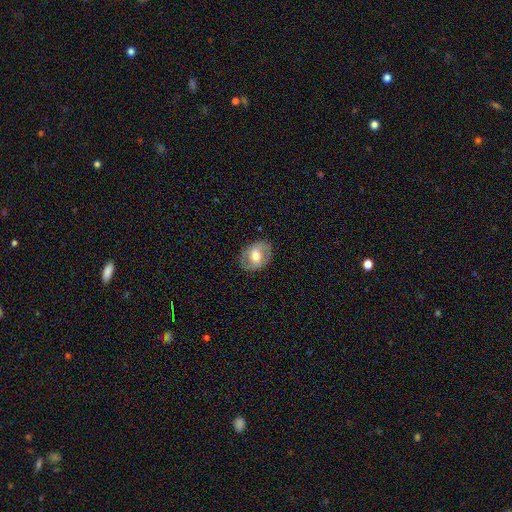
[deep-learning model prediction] Smooth or featured: featured or disk — 52% (smooth — 41%)
Edge-on disk: no — 94% (yes — 6%)
Merging: none — 83% (minor disturbance — 12%)